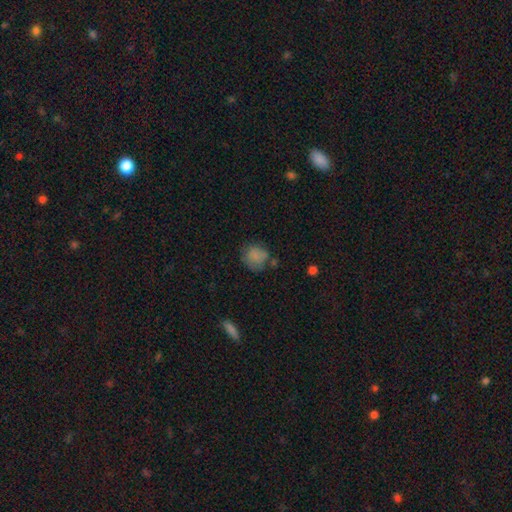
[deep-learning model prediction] Morphology: type=smooth (79%); roundness=round (79%); merging=none (57%).